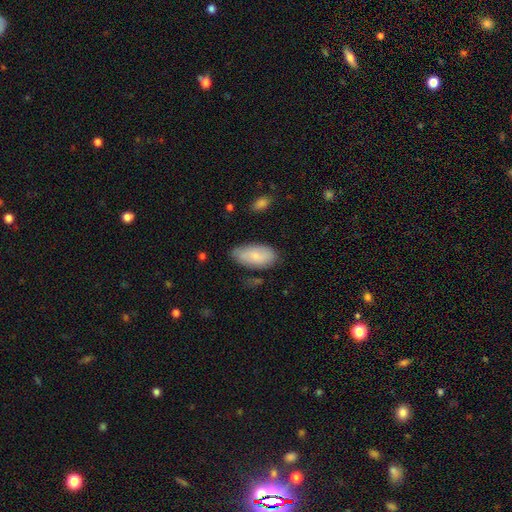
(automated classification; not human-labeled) The model was most divided on "merging": none: 69%, minor disturbance: 23%, major disturbance: 5%, merger: 3%. More confident: how rounded — in between (93%); smooth or featured — smooth (77%).